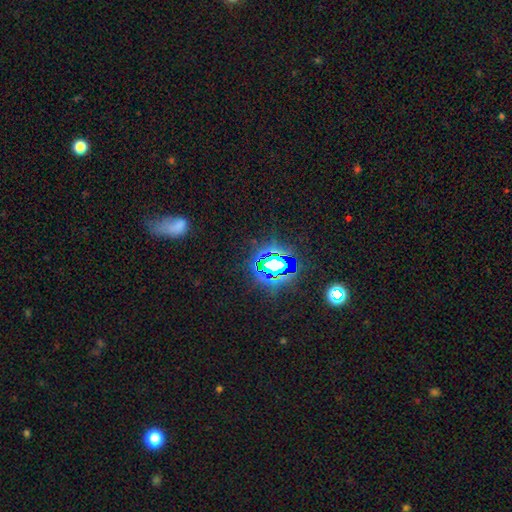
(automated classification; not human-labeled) A star or artifact, not a galaxy (67%).

Vote fractions:
- Smooth or featured? star or artifact: 67% / smooth: 23% / featured or disk: 10%